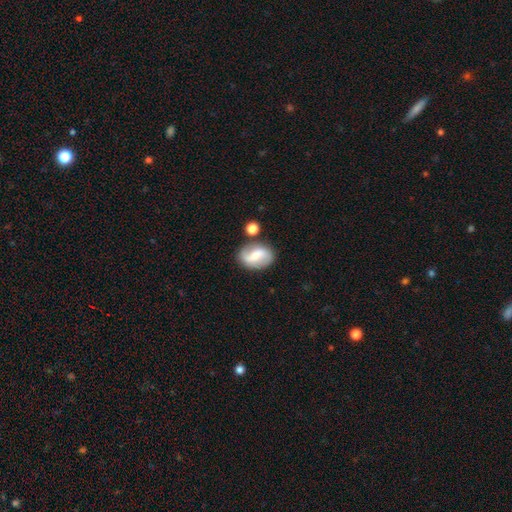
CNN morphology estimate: A featured or disk galaxy (60%) with a weak bar (46%), 2 (88%) loose (51%) spiral arms (88%) and a moderate central bulge (41%). Merging: none (71%).